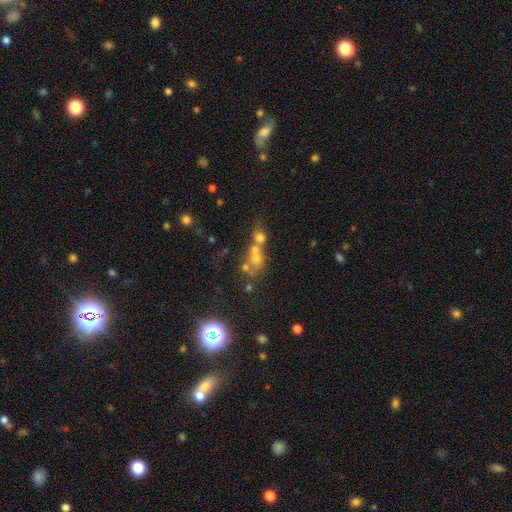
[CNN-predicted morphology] Smooth or featured: smooth — 50% (featured or disk — 25%)
How rounded: round — 70% (in between — 27%)
Merging: merger — 56% (none — 30%)